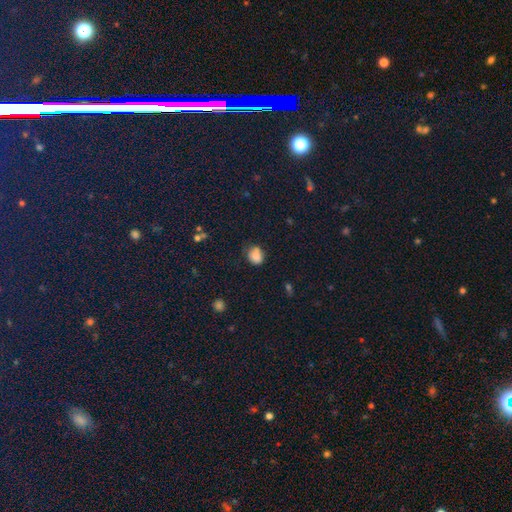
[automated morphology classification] smooth_or_featured: smooth (p=0.77) [alt: star or artifact p=0.13]
how_rounded: round (p=0.54) [alt: in between p=0.45]
merging: none (p=0.66) [alt: minor disturbance p=0.23]